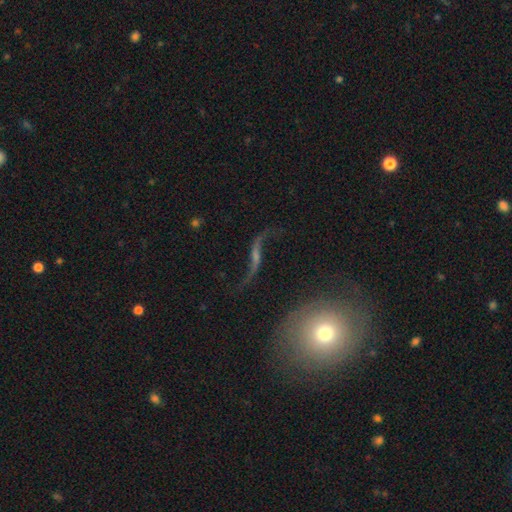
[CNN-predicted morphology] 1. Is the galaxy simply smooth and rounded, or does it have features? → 80% featured or disk, 11% star or artifact, 9% smooth.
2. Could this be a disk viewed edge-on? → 88% no, 12% yes.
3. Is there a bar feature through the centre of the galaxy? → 36% no (tied), 36% weak (tied), 28% strong.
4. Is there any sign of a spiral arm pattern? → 93% yes, 7% no.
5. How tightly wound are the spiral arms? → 94% loose, 4% medium, 2% tight.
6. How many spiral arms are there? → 92% 2, 3% 1, 2% can't tell, 1% 3, 1% 4, 1% more than 4.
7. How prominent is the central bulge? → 39% small, 34% none, 20% moderate, 4% large, 2% dominant.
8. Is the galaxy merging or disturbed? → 63% none, 15% minor disturbance, 15% major disturbance, 7% merger.